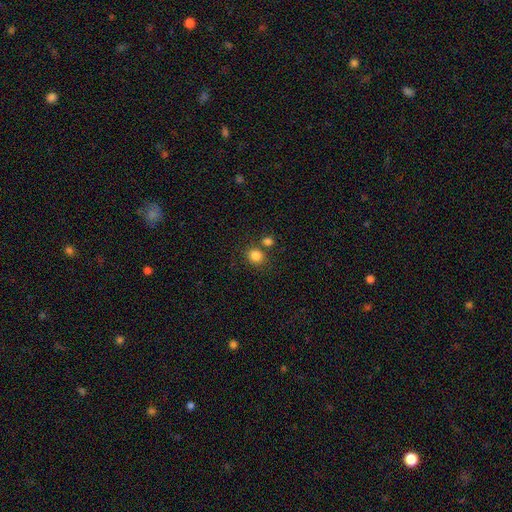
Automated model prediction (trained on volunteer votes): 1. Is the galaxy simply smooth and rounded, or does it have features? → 84% smooth, 11% star or artifact, 5% featured or disk.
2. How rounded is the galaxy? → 78% round, 21% in between, 1% cigar-shaped.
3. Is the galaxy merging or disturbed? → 73% none, 15% merger, 9% minor disturbance, 3% major disturbance.